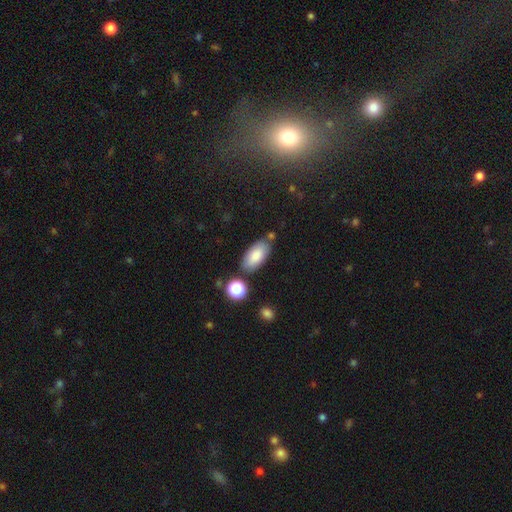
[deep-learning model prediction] Smooth or featured? smooth (83%)
How rounded? in between (92%)
Merging? none (74%)